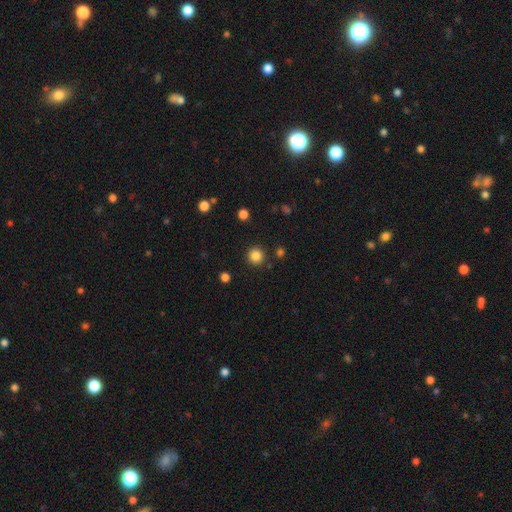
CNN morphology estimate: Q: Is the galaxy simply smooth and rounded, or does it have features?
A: smooth — 84%.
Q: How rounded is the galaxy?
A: round — 95%.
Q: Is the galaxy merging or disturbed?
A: none — 90%.